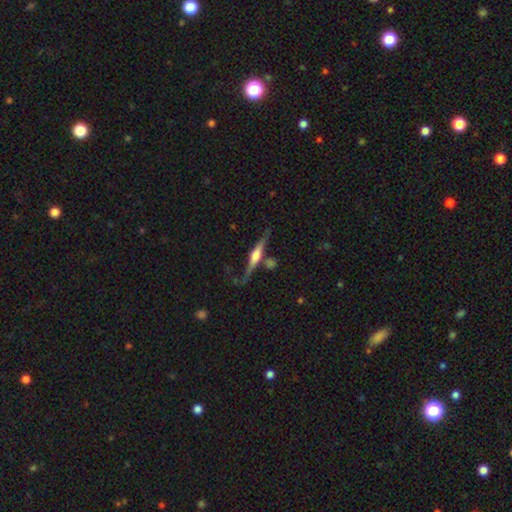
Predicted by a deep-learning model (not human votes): smooth_or_featured: featured or disk (p=0.77) [alt: smooth p=0.17]
disk_edge_on: yes (p=0.96) [alt: no p=0.04]
edge_on_bulge: rounded (p=0.86) [alt: boxy p=0.10]
merging: none (p=0.69) [alt: minor disturbance p=0.16]